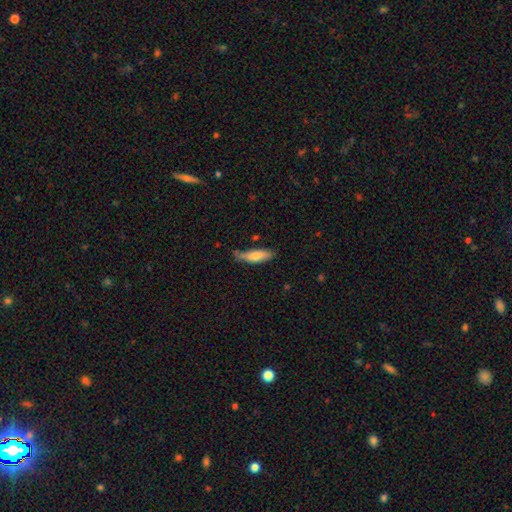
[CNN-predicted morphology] A smooth galaxy with no disk features (75%) that is cigar-shaped (50%). Merging: none (59%).